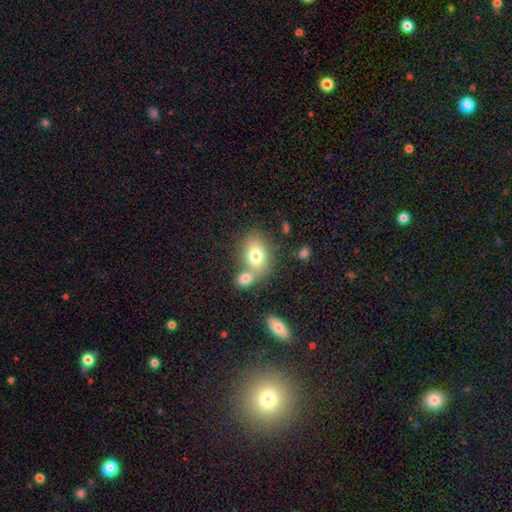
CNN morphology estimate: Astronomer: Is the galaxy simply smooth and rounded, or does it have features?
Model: smooth — 76%.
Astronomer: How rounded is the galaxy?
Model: in between — 68%.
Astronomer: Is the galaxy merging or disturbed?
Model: none — 47% (runner-up: merger, 38%).